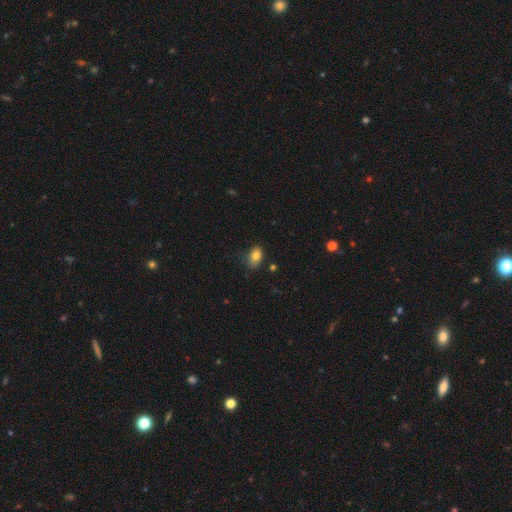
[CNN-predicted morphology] Smooth or featured?
  - smooth: 81% *
  - star or artifact: 10%
  - featured or disk: 8%
How rounded?
  - in between: 83% *
  - round: 15%
  - cigar-shaped: 2%
Merging?
  - none: 69% *
  - minor disturbance: 24%
  - major disturbance: 5%
  - merger: 2%